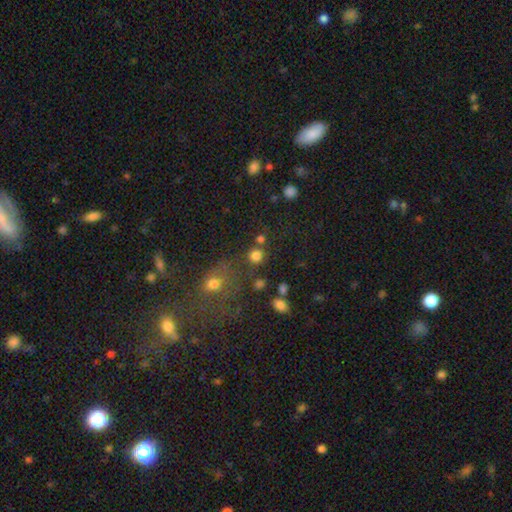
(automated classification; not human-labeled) Smooth or featured? Predicted: smooth (p=0.79). How rounded? Predicted: round (p=0.90). Merging? Predicted: none (p=0.74).